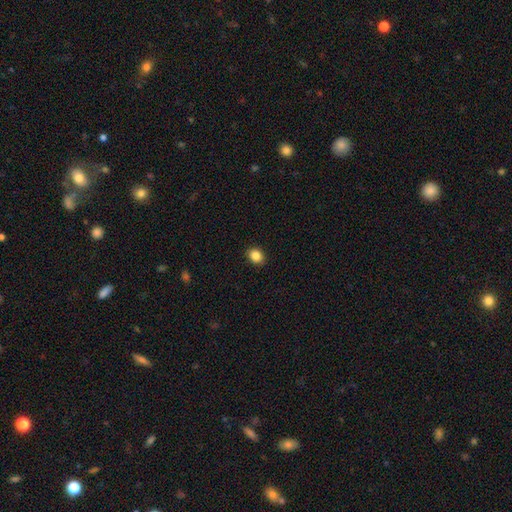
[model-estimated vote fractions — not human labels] The model was most divided on "how rounded": round: 51%, in between: 49%, cigar-shaped: 1%. More confident: merging — none (90%); smooth or featured — smooth (86%).